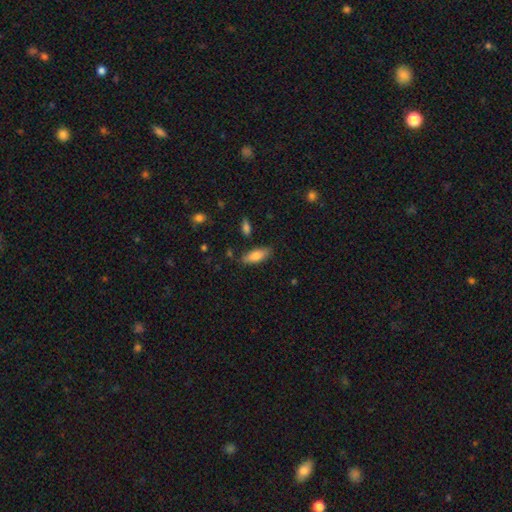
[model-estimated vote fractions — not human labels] The model was most divided on "how rounded": in between: 73%, cigar-shaped: 25%, round: 2%. More confident: merging — none (81%); smooth or featured — smooth (76%).